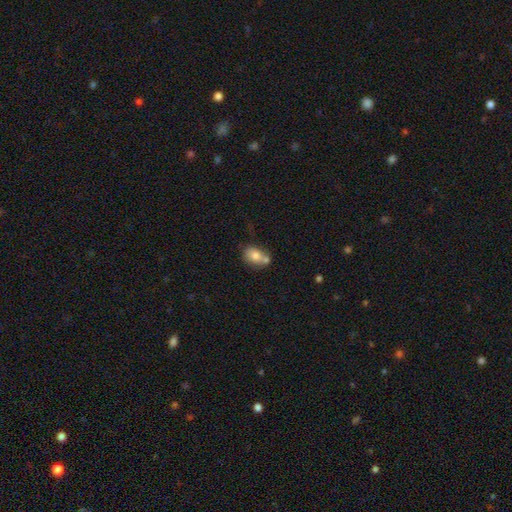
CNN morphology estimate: Smooth or featured? Predicted: smooth (p=0.74). How rounded? Predicted: in between (p=0.67). Merging? Predicted: none (p=0.40).